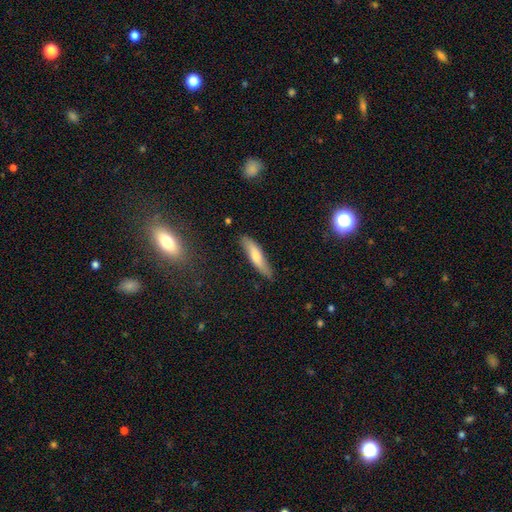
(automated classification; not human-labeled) Smooth or featured? smooth (67%)
How rounded? cigar-shaped (80%)
Merging? none (83%)